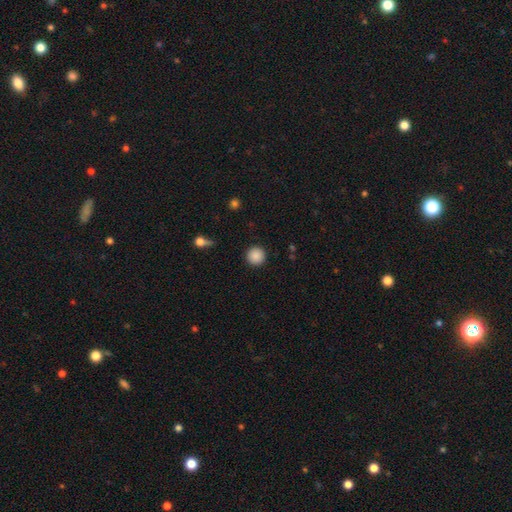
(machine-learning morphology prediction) smooth 88%, star or artifact 9%, featured or disk 3%. Down the decision tree: how rounded — round (96%); merging — none (92%).